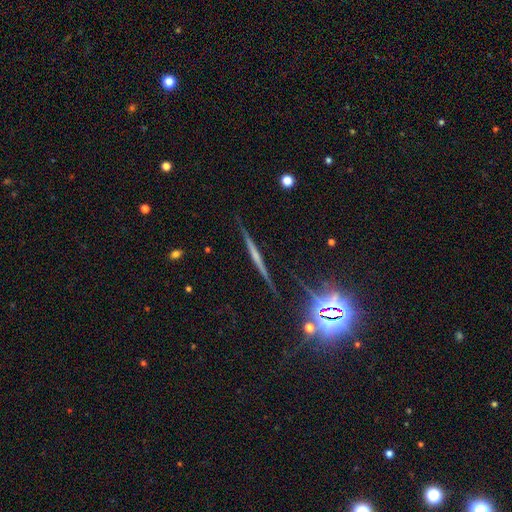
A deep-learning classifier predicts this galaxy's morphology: This appears to be a featured or disk galaxy (57%) viewed edge-on (96%) with no central bulge (59%). Merging: none (86%).